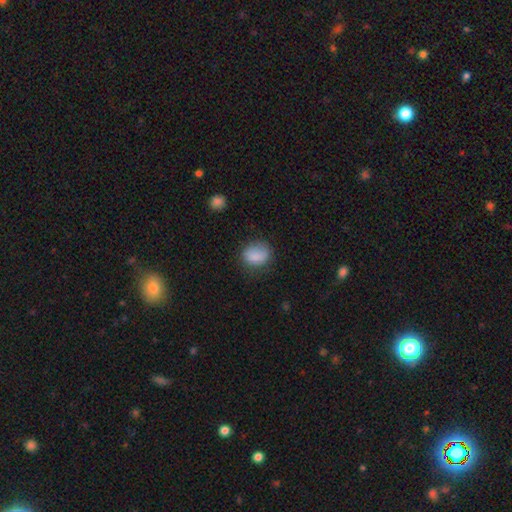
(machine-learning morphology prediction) Smooth or featured? smooth (84%)
How rounded? in between (51%)
Merging? none (67%)